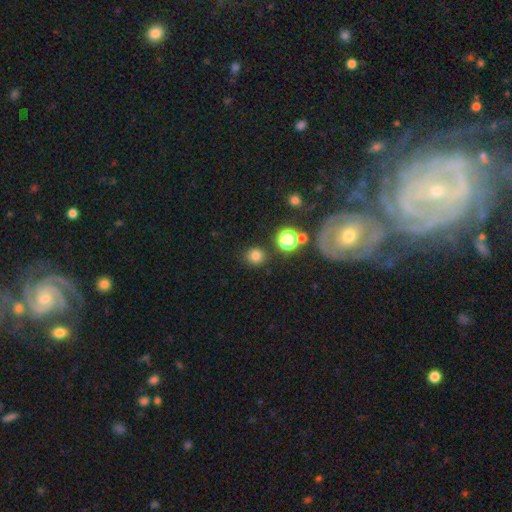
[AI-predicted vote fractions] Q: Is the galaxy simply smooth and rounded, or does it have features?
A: smooth — 76%.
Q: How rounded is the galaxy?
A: round — 89%.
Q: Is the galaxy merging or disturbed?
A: none — 85%.